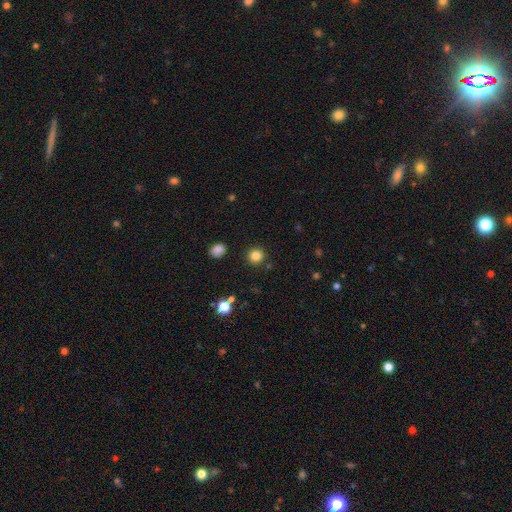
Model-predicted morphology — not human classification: Q: Smooth or featured?
A: smooth (83%); runner-up: star or artifact (12%)
Q: How rounded?
A: round (93%); runner-up: in between (6%)
Q: Merging?
A: none (89%); runner-up: minor disturbance (6%)